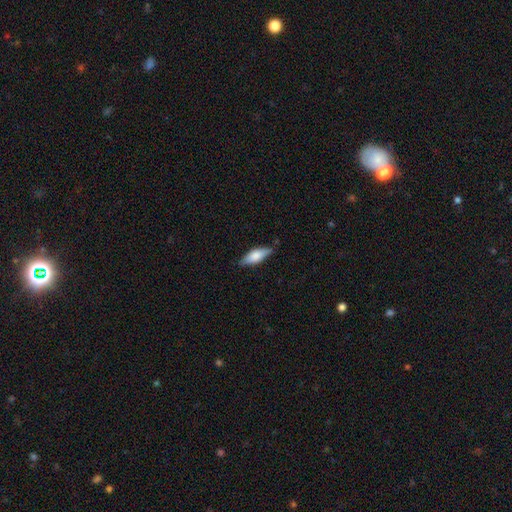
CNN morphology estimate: Smooth or featured? Predicted: smooth (p=0.65). How rounded? Predicted: in between (p=0.62). Merging? Predicted: none (p=0.79).